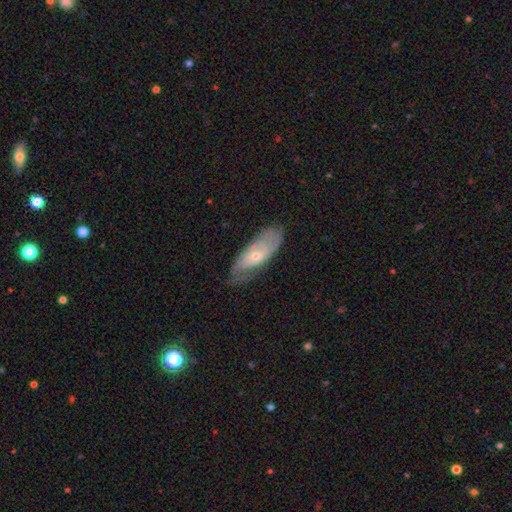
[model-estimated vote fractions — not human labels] Q: Smooth or featured?
A: featured or disk (65%); runner-up: smooth (28%)
Q: Edge-on disk?
A: no (84%); runner-up: yes (16%)
Q: Bar?
A: no (69%); runner-up: weak (25%)
Q: Spiral arms?
A: yes (78%); runner-up: no (22%)
Q: Bulge size?
A: small (56%); runner-up: moderate (40%)
Q: Merging?
A: none (70%); runner-up: minor disturbance (22%)